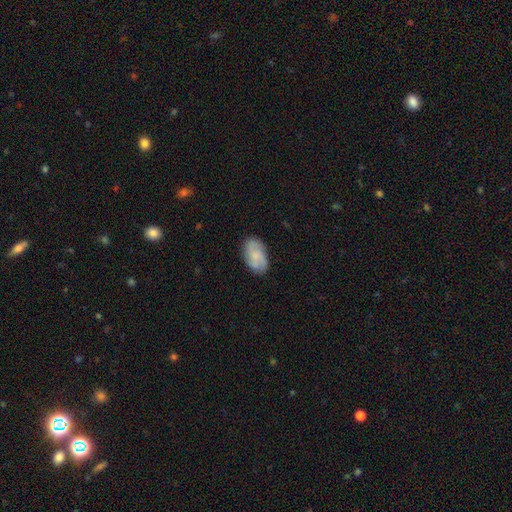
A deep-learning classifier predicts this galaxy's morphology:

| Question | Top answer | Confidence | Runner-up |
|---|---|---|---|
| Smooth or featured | smooth | 54% | featured or disk (39%) |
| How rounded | in between | 92% | round (6%) |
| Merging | none | 79% | minor disturbance (16%) |